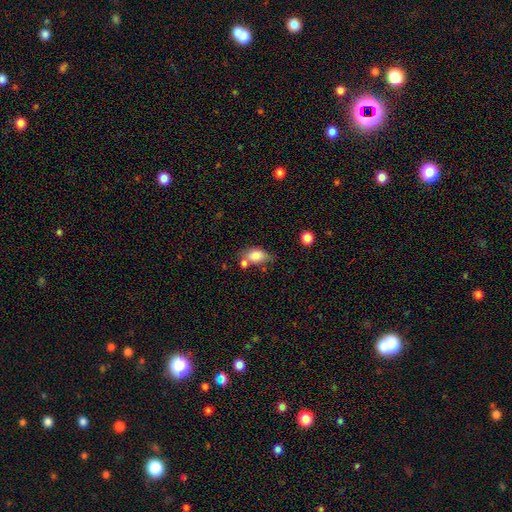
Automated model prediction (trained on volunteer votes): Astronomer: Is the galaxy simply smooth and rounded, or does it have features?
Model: smooth — 81%.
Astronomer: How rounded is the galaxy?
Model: in between — 81%.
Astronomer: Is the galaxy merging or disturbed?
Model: none — 44% (runner-up: merger, 25%).